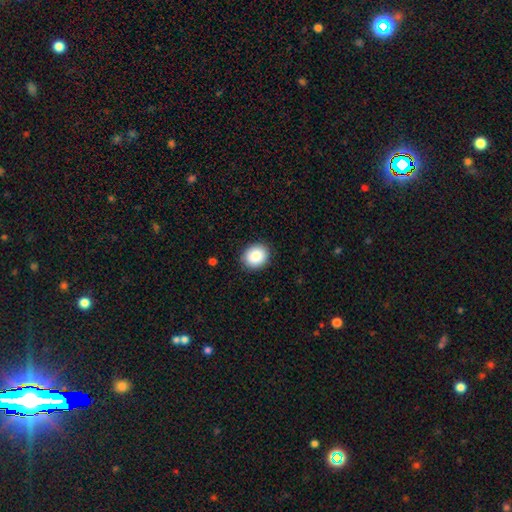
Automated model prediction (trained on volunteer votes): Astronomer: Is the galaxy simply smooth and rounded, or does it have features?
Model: smooth — 87%.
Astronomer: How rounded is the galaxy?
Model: round — 66%.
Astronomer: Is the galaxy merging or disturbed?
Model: none — 89%.